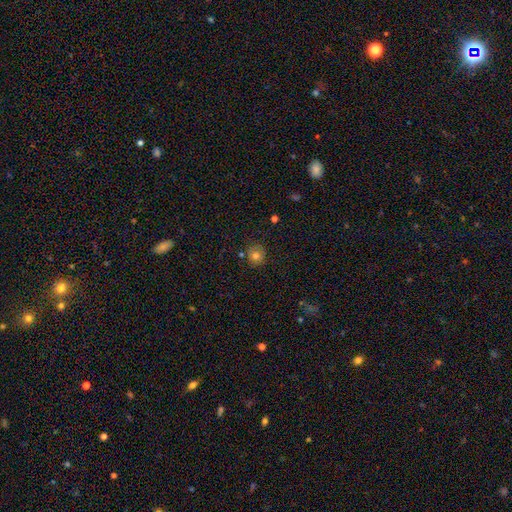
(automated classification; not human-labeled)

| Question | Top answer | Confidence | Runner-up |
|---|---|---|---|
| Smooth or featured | smooth | 75% | star or artifact (13%) |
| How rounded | round | 88% | in between (11%) |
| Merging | none | 83% | minor disturbance (11%) |